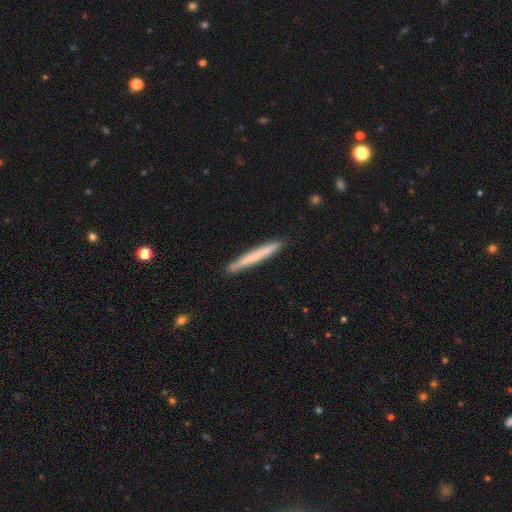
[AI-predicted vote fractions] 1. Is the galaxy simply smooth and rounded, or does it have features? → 64% smooth, 30% featured or disk, 6% star or artifact.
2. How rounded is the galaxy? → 97% cigar-shaped, 2% in between, 1% round.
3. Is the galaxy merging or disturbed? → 89% none, 8% minor disturbance, 2% merger, 1% major disturbance.